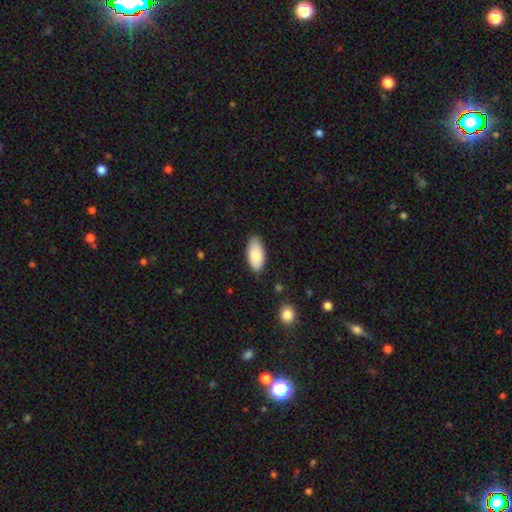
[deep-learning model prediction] A smooth galaxy with no disk features (84%) that is in between round and cigar-shaped (92%).

Vote fractions:
- Smooth or featured? smooth: 84% / featured or disk: 10% / star or artifact: 6%
- How rounded? in between: 92% / cigar-shaped: 6% / round: 2%
- Merging? none: 82% / minor disturbance: 14% / major disturbance: 2% / merger: 1%